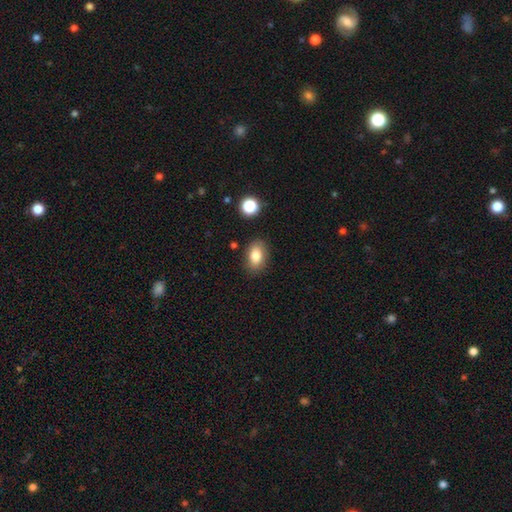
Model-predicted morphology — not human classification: smooth_or_featured: smooth (p=0.82) [alt: star or artifact p=0.09]
how_rounded: in between (p=0.84) [alt: round p=0.14]
merging: none (p=0.84) [alt: minor disturbance p=0.11]